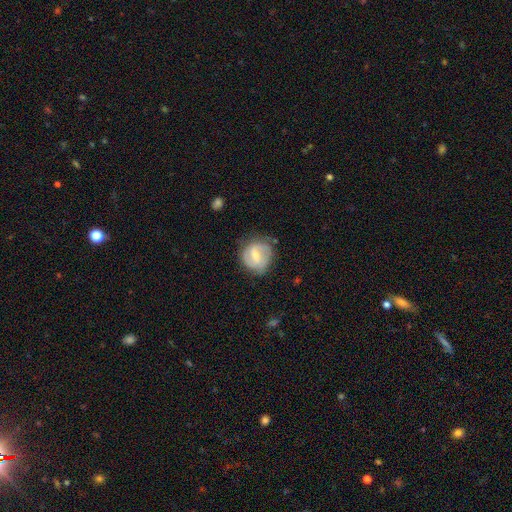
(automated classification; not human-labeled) featured or disk 65%, smooth 29%, star or artifact 6%. Down the decision tree: edge-on disk — no (98%); bar — weak (58%); spiral arms — yes (86%); spiral arm count — 2 (74%); spiral winding — medium (45%); bulge size — small (50%); merging — none (68%).